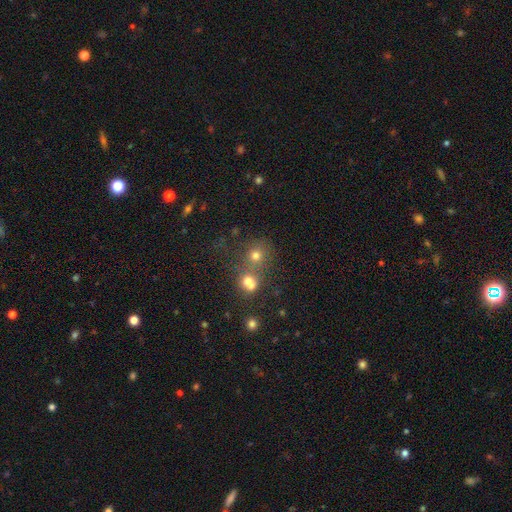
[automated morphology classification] This is likely a smooth galaxy (70%). How rounded: clearly round (84%). Merging: possibly none (50%).